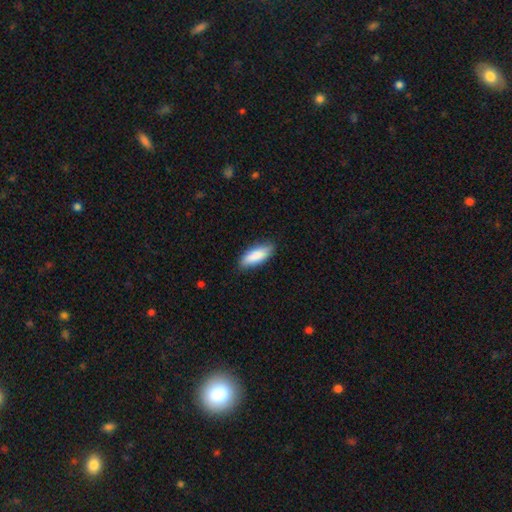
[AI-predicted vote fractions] A smooth galaxy with no disk features (87%) that is in between round and cigar-shaped (68%). Merging: none (83%).